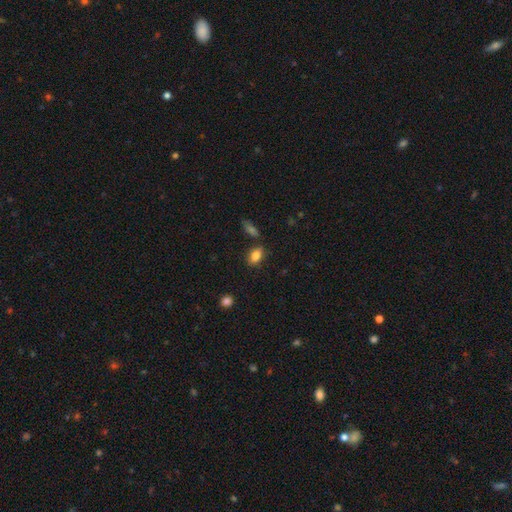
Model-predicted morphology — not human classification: Q: Smooth or featured?
A: smooth (85%); runner-up: star or artifact (9%)
Q: How rounded?
A: in between (87%); runner-up: round (10%)
Q: Merging?
A: none (78%); runner-up: minor disturbance (13%)